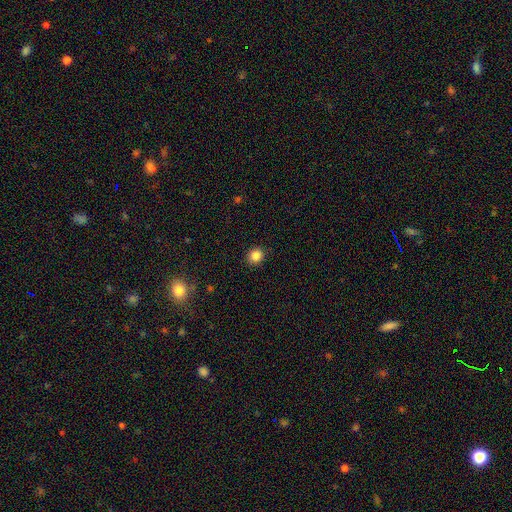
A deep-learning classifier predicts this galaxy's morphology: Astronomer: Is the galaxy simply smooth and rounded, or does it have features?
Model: smooth — 85%.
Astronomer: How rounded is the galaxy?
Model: round — 79%.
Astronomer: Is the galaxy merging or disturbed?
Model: none — 91%.